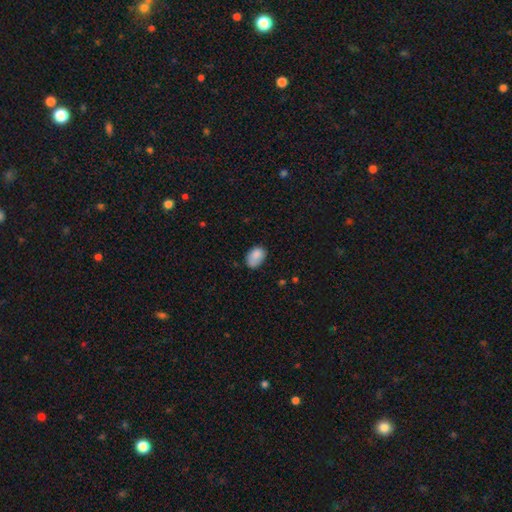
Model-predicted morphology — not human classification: type=smooth (86%); roundness=in between (85%); merging=none (64%).